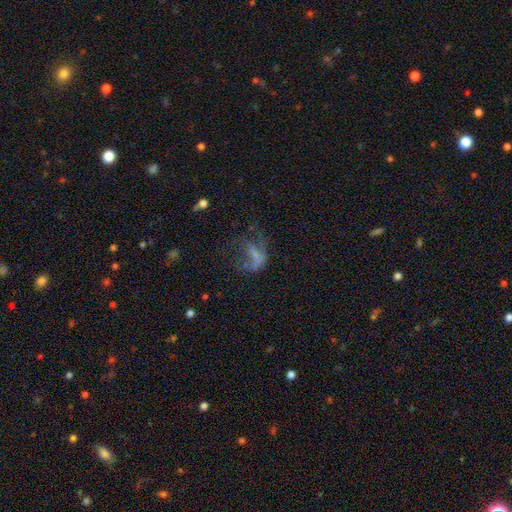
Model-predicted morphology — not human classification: featured or disk 45%, smooth 36%, star or artifact 19%. Down the decision tree: merging — major disturbance (55%).